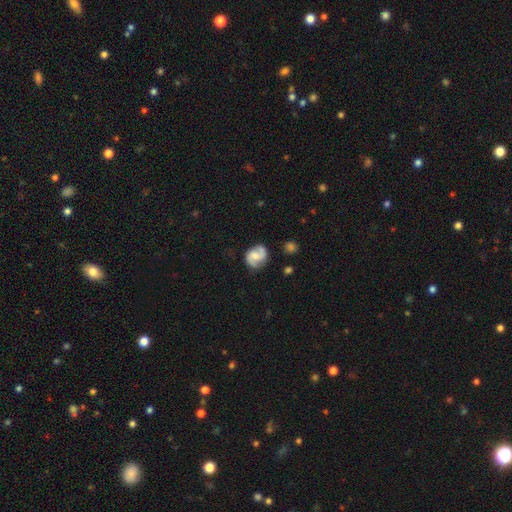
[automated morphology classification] Q: Smooth or featured?
A: featured or disk (70%); runner-up: smooth (23%)
Q: Edge-on disk?
A: no (98%); runner-up: yes (2%)
Q: Bar?
A: no (50%); runner-up: weak (42%)
Q: Spiral arms?
A: yes (94%); runner-up: no (6%)
Q: Spiral winding?
A: medium (47%); runner-up: loose (29%)
Q: Spiral arm count?
A: 2 (87%); runner-up: can't tell (5%)
Q: Bulge size?
A: moderate (44%); runner-up: small (35%)
Q: Merging?
A: none (73%); runner-up: minor disturbance (19%)